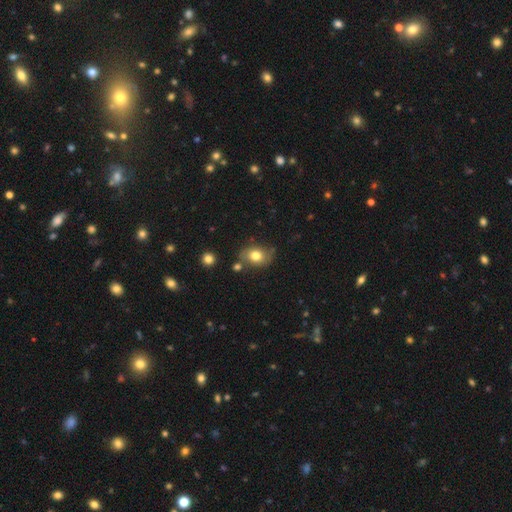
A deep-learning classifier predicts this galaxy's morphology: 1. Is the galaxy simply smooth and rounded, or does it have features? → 74% smooth, 17% featured or disk, 9% star or artifact.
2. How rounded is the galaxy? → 57% in between, 42% round, 1% cigar-shaped.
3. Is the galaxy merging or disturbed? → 65% none, 21% minor disturbance, 7% merger, 6% major disturbance.